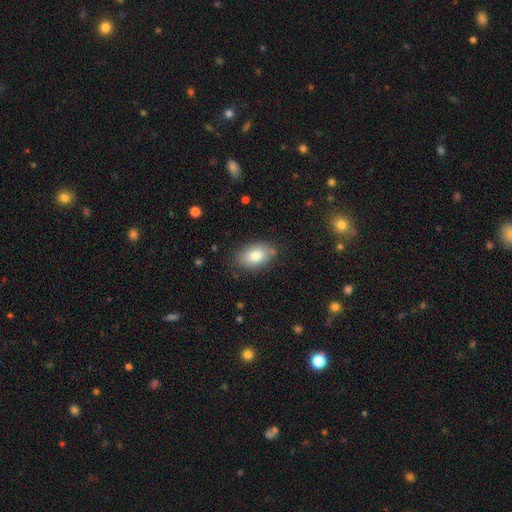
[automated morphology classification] Smooth or featured? smooth (81%)
How rounded? in between (90%)
Merging? none (80%)